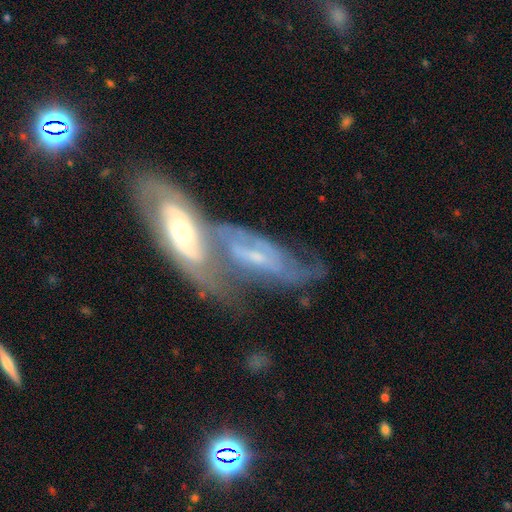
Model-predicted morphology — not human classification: Overall: featured or disk (78%). Edge-on disk: no (88%). Bar: weak (41%; no 39%). Spiral arms: yes (86%). Spiral arm count: 2 (54%; can't tell 31%). Spiral winding: medium (43%; tight 38%). Bulge size: small (52%; moderate 39%). Merging: merger (60%; none 22%).